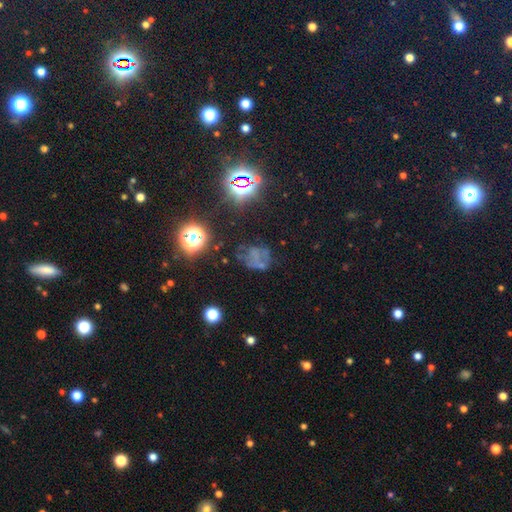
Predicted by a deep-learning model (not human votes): The model was most divided on "smooth or featured": star or artifact: 36%, featured or disk: 33%, smooth: 31%.